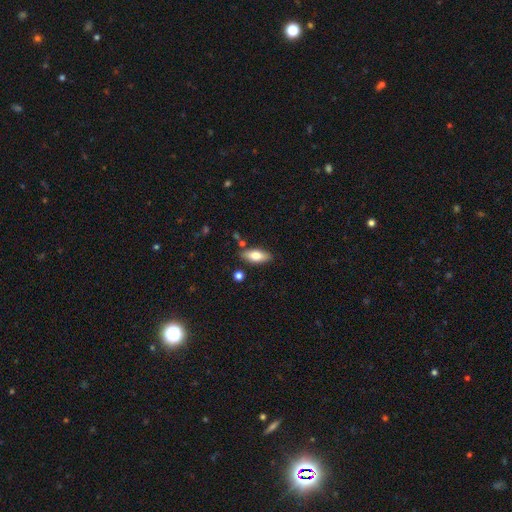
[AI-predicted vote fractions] A smooth galaxy with no disk features (72%) that is in between round and cigar-shaped (80%).

Vote fractions:
- Smooth or featured? smooth: 72% / featured or disk: 21% / star or artifact: 7%
- How rounded? in between: 80% / cigar-shaped: 18% / round: 3%
- Merging? none: 82% / minor disturbance: 12% / merger: 4% / major disturbance: 2%